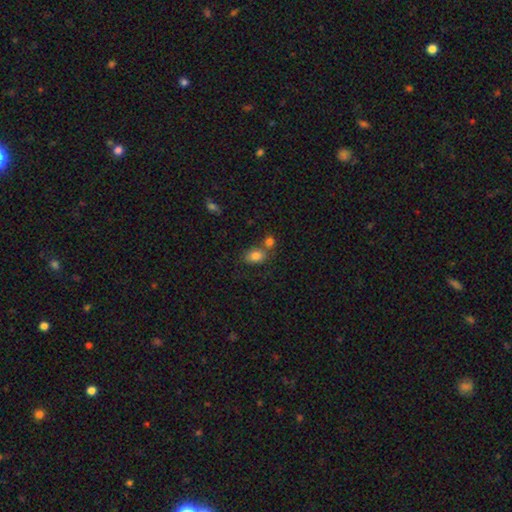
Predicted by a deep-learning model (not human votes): smooth 82%, star or artifact 9%, featured or disk 9%. Down the decision tree: how rounded — in between (74%); merging — none (52%).